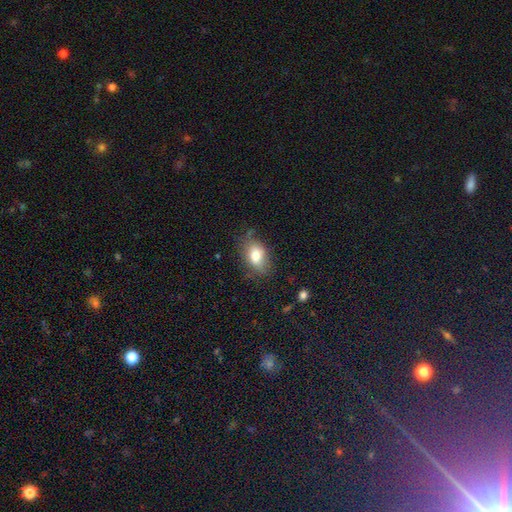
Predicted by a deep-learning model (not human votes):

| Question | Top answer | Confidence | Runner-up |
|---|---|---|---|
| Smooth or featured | smooth | 76% | featured or disk (15%) |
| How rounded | in between | 83% | round (15%) |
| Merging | none | 67% | minor disturbance (24%) |